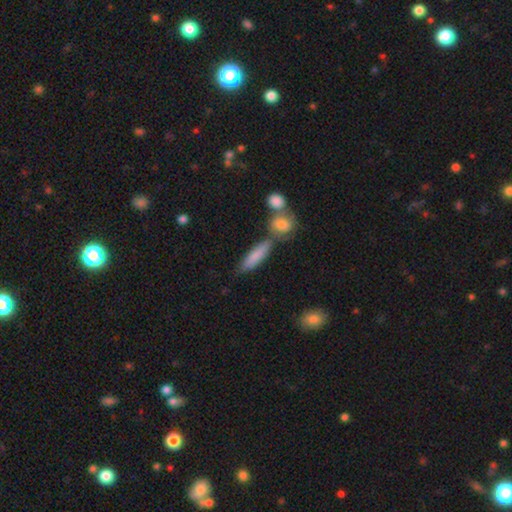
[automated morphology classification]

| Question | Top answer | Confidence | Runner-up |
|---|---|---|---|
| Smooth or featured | smooth | 80% | featured or disk (13%) |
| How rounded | cigar-shaped | 63% | in between (33%) |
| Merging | none | 63% | merger (19%) |